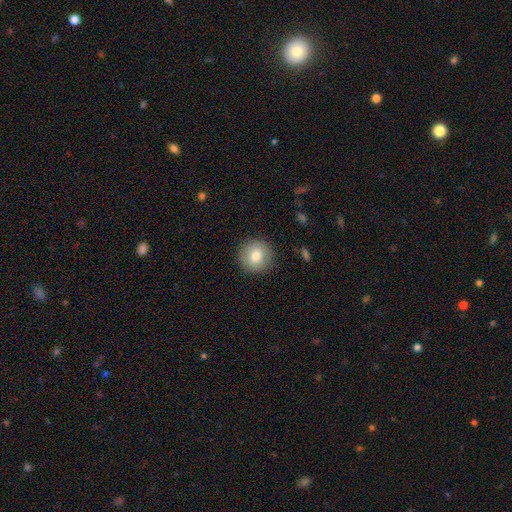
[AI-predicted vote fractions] Smooth or featured? smooth (80%)
How rounded? round (94%)
Merging? none (89%)